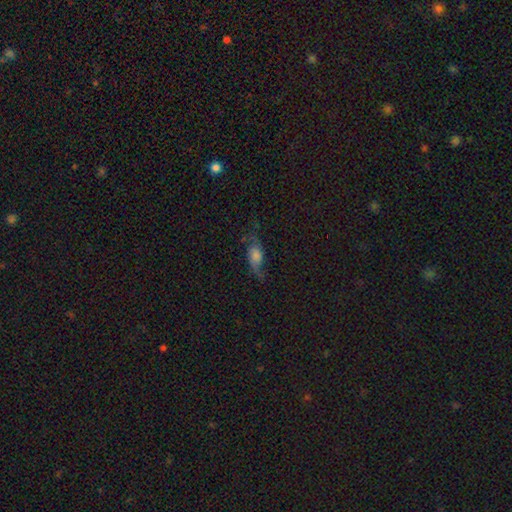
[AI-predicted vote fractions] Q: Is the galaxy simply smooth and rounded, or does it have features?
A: featured or disk — 57%.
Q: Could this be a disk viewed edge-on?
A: no — 83%.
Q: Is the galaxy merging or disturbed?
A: none — 65%.